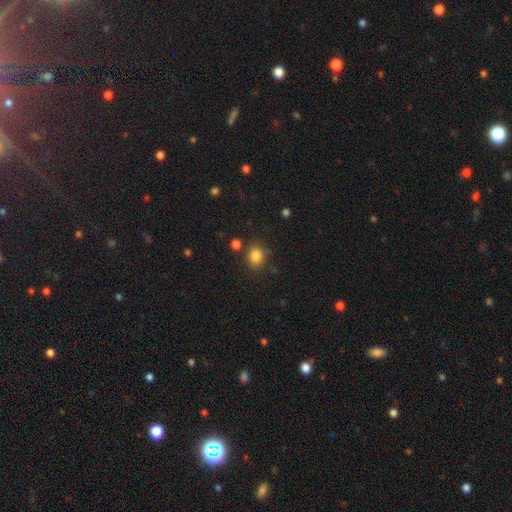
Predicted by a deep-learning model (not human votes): A smooth galaxy with no disk features (84%) that is round (60%). Merging: none (78%).